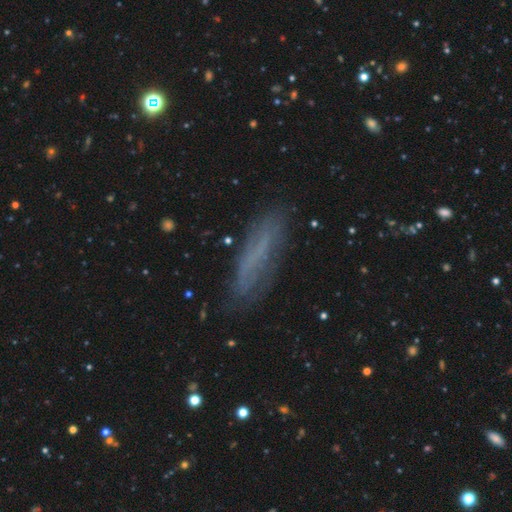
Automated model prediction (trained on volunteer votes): A smooth galaxy with no disk features (56%) that is cigar-shaped (76%). Merging: none (78%).